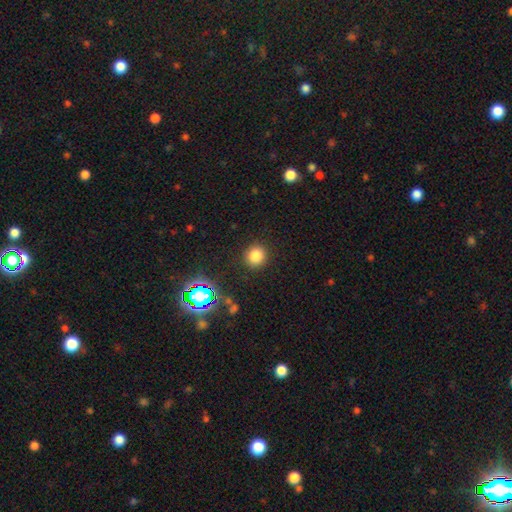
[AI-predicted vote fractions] This is likely a smooth galaxy (80%). How rounded: clearly round (90%). Merging: clearly none (90%).